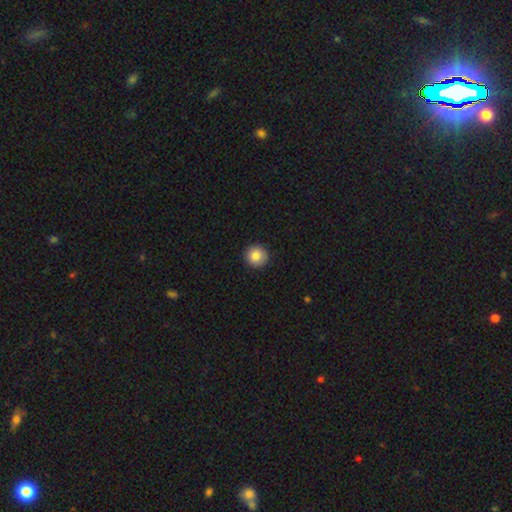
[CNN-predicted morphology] smooth-or-featured: smooth: 85% | star or artifact: 8% | featured or disk: 6%
  how-rounded: round: 95% | in between: 4% | cigar-shaped: 1%
  merging: none: 92% | minor disturbance: 5% | major disturbance: 2% | merger: 1%